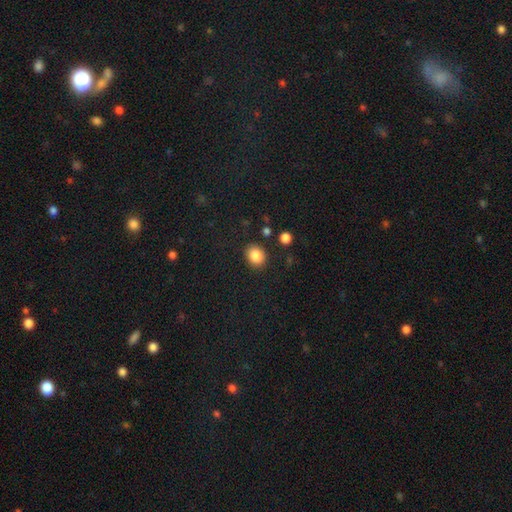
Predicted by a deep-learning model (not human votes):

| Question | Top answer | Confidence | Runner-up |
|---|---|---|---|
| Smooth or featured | smooth | 86% | star or artifact (9%) |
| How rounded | round | 59% | in between (41%) |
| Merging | none | 86% | minor disturbance (8%) |